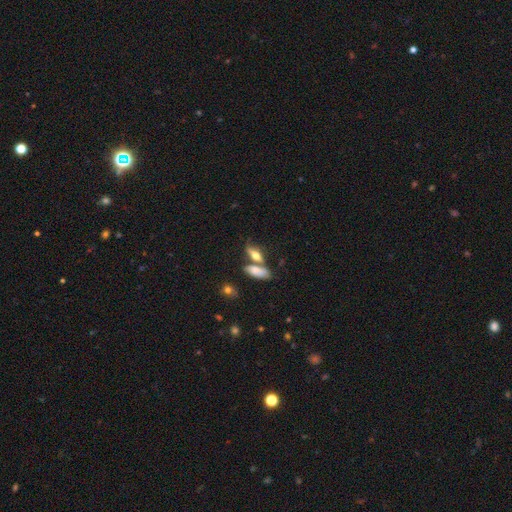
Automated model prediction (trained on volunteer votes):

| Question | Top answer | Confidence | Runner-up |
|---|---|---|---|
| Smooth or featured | smooth | 63% | featured or disk (28%) |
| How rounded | in between | 63% | cigar-shaped (32%) |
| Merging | none | 47% | merger (36%) |